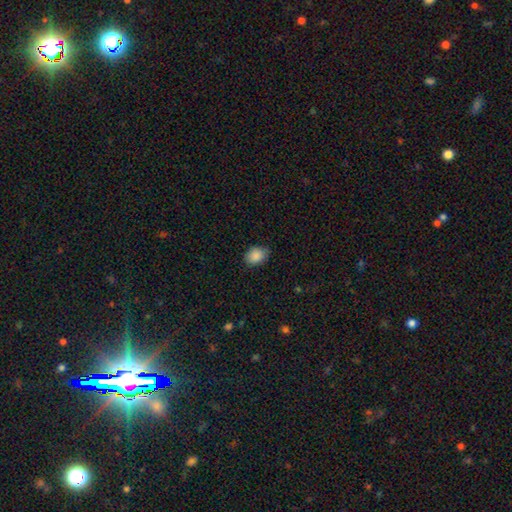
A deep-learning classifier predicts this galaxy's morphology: Smooth or featured: smooth — 88% (star or artifact — 8%)
How rounded: in between — 67% (round — 32%)
Merging: none — 79% (minor disturbance — 17%)